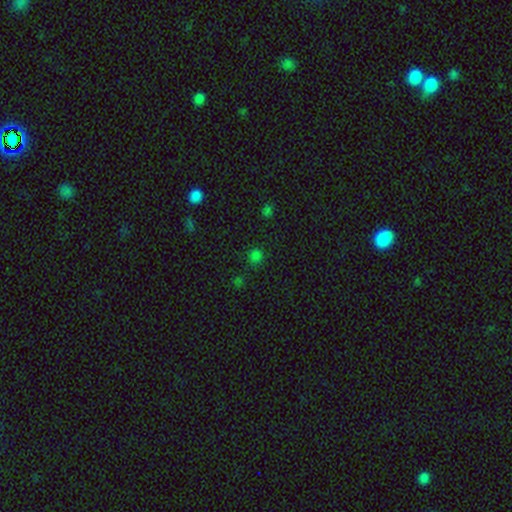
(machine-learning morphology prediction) Smooth or featured: smooth — 71% (star or artifact — 25%)
How rounded: round — 89% (in between — 10%)
Merging: none — 84% (minor disturbance — 10%)